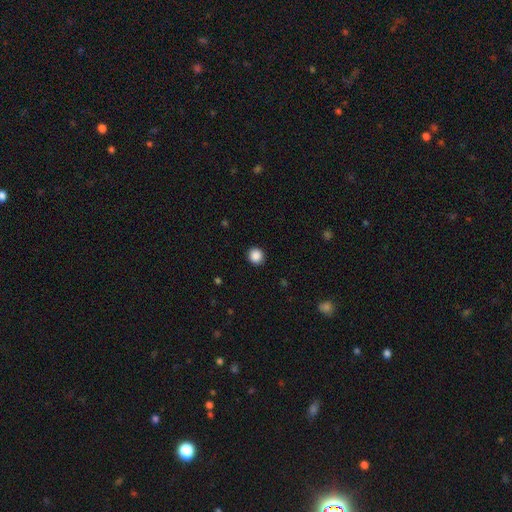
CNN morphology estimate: The model was most divided on "smooth or featured": smooth: 88%, star or artifact: 10%, featured or disk: 3%. More confident: how rounded — round (92%); merging — none (92%).